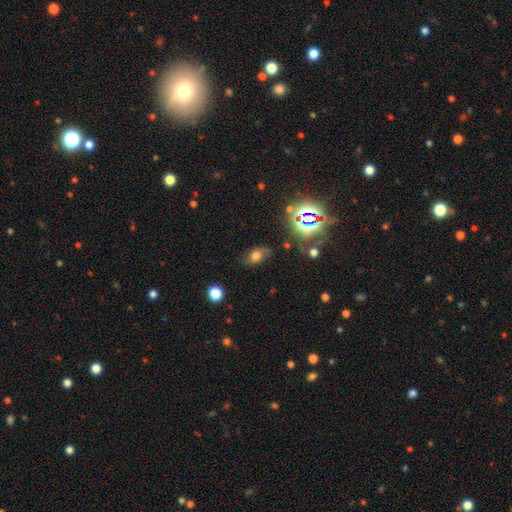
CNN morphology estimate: The model was most divided on "smooth or featured": smooth: 58%, star or artifact: 23%, featured or disk: 19%. More confident: how rounded — in between (80%); merging — none (66%).